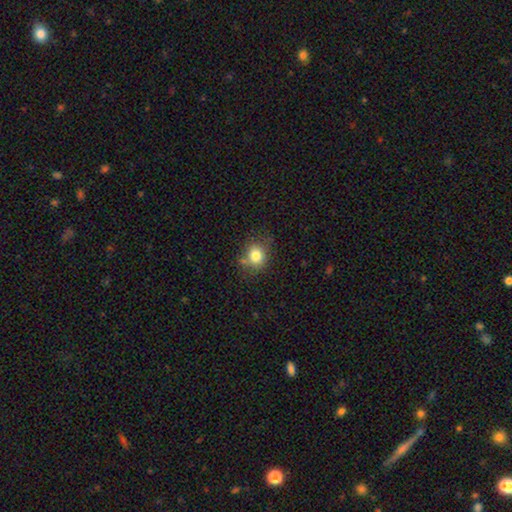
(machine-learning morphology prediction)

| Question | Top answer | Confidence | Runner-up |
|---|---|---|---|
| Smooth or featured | smooth | 81% | star or artifact (12%) |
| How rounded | round | 72% | in between (27%) |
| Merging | none | 69% | minor disturbance (19%) |